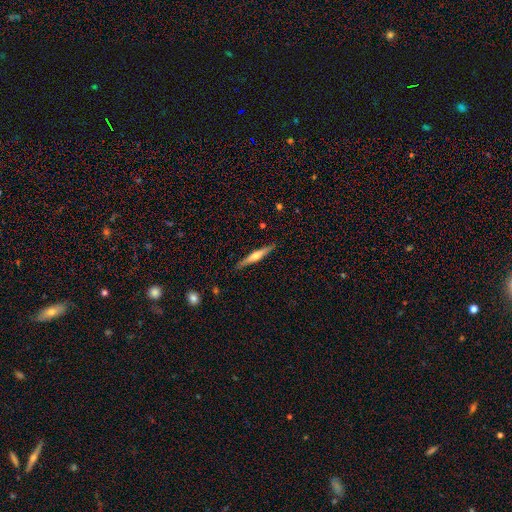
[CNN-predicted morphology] Q: Smooth or featured?
A: featured or disk (62%); runner-up: smooth (33%)
Q: Edge-on disk?
A: yes (97%); runner-up: no (3%)
Q: Edge-on bulge?
A: rounded (87%); runner-up: none (9%)
Q: Merging?
A: none (90%); runner-up: minor disturbance (8%)